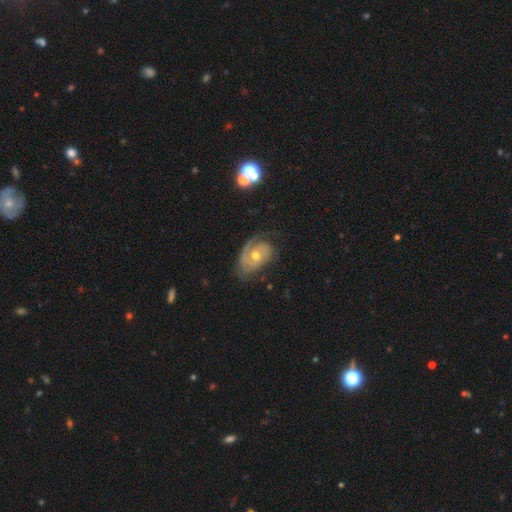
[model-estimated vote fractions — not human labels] The model was most divided on "spiral arm count": 2: 37%, 1: 30%, can't tell: 20%, 3: 9%, 4: 2%, more than 4: 2%. More confident: edge-on disk — no (96%); spiral arms — yes (92%); smooth or featured — featured or disk (78%); bar — no (75%); bulge size — moderate (63%); merging — none (60%); spiral winding — tight (54%).